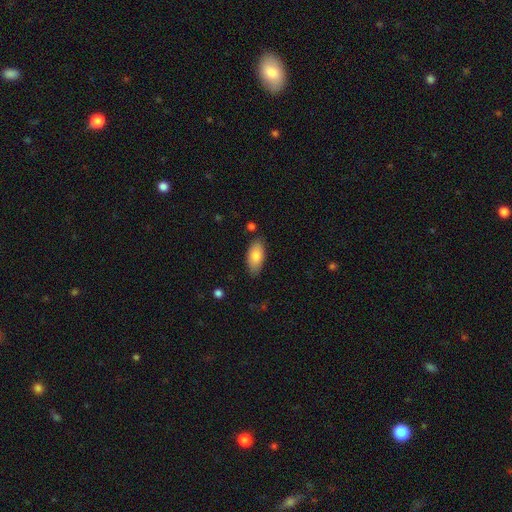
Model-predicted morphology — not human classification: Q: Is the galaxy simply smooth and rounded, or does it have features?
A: smooth — 82%.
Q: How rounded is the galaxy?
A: in between — 91%.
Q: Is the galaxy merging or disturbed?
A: none — 81%.